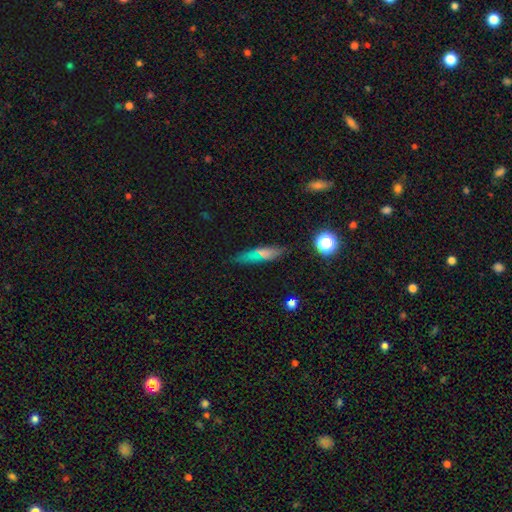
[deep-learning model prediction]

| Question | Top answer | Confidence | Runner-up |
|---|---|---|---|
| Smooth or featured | smooth | 58% | featured or disk (27%) |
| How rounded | cigar-shaped | 74% | in between (21%) |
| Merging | none | 78% | minor disturbance (15%) |